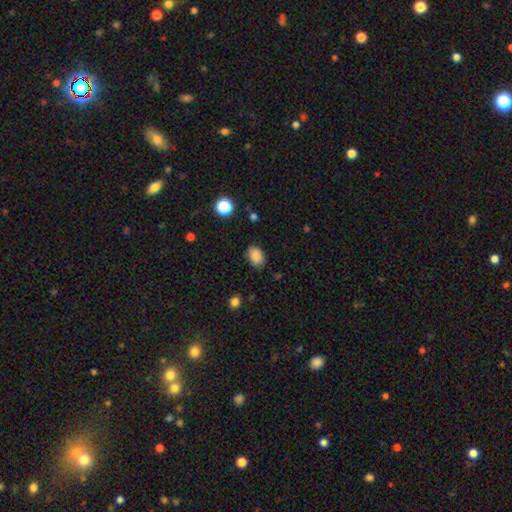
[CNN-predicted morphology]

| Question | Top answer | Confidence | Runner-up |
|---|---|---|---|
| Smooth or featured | smooth | 87% | star or artifact (9%) |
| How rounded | in between | 81% | round (18%) |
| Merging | none | 83% | minor disturbance (13%) |